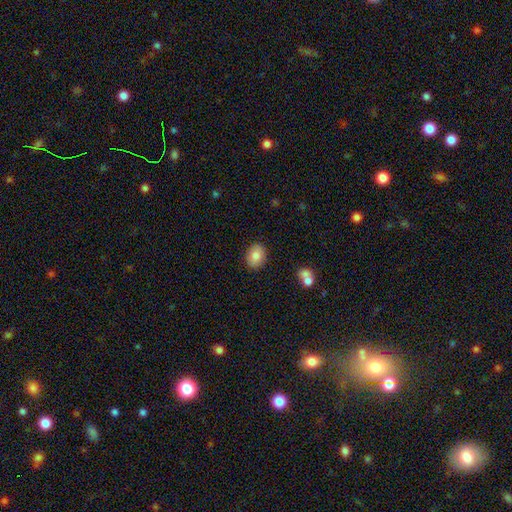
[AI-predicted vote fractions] Morphology: type=smooth (83%); roundness=in between (63%); merging=none (88%).